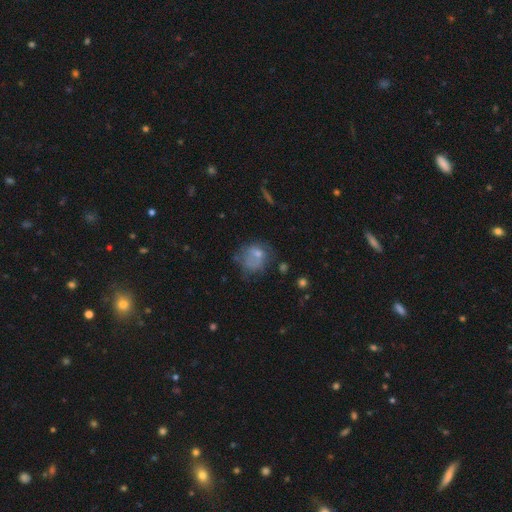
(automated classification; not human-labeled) smooth_or_featured: smooth (p=0.57) [alt: featured or disk p=0.32]
how_rounded: round (p=0.62) [alt: in between p=0.37]
merging: none (p=0.34) [alt: major disturbance p=0.30]